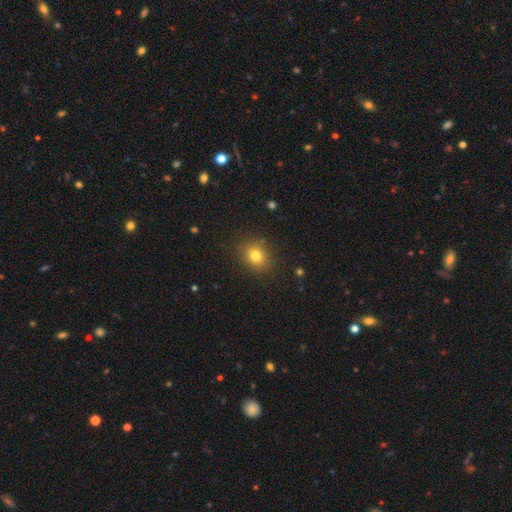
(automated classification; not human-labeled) Smooth or featured? smooth (79%)
How rounded? round (55%)
Merging? none (85%)